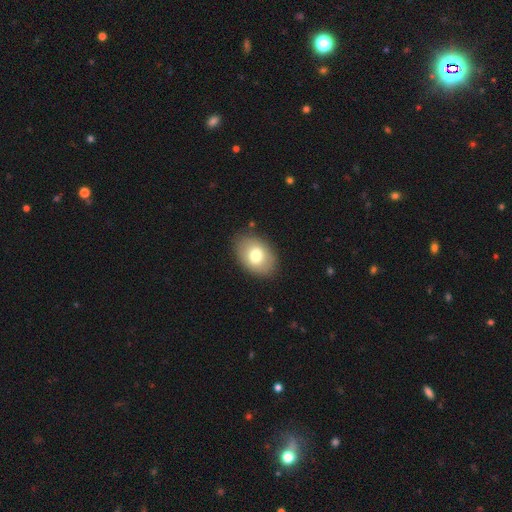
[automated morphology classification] A smooth galaxy with no disk features (74%) that is in between round and cigar-shaped (80%).

Vote fractions:
- Smooth or featured? smooth: 74% / featured or disk: 19% / star or artifact: 7%
- How rounded? in between: 80% / round: 19% / cigar-shaped: 1%
- Merging? none: 85% / minor disturbance: 11% / major disturbance: 3% / merger: 1%